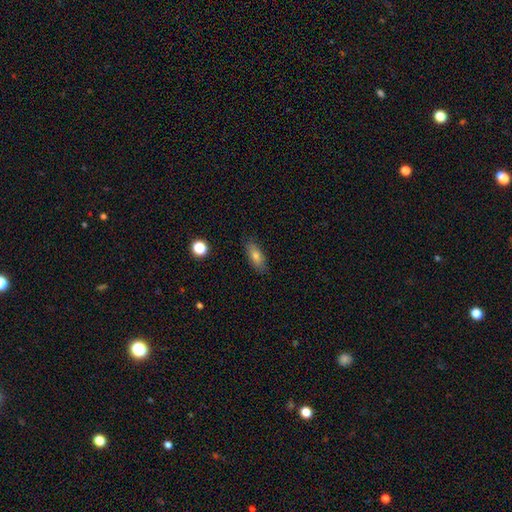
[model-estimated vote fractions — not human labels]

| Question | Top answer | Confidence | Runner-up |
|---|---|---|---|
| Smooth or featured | smooth | 72% | featured or disk (19%) |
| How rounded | in between | 71% | cigar-shaped (25%) |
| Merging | none | 86% | minor disturbance (10%) |